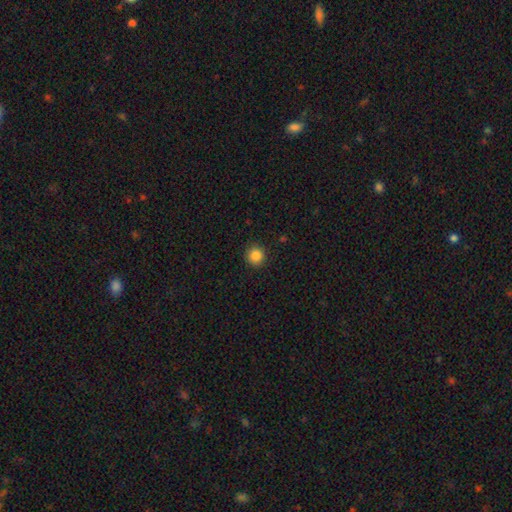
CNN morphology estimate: Smooth or featured: smooth — 85% (star or artifact — 11%)
How rounded: round — 94% (in between — 5%)
Merging: none — 92% (minor disturbance — 5%)